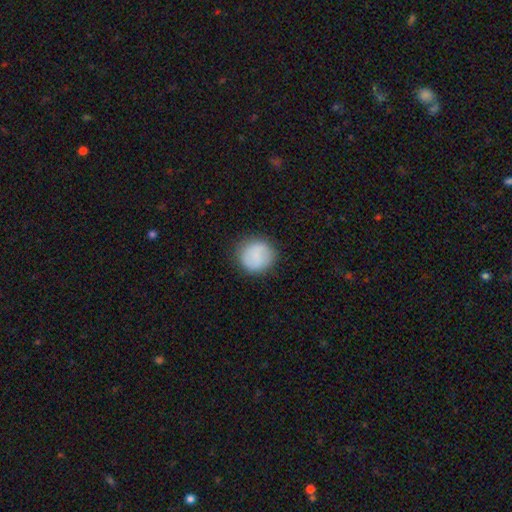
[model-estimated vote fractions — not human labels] Smooth or featured?
  - smooth: 79% *
  - featured or disk: 14%
  - star or artifact: 7%
How rounded?
  - round: 92% *
  - in between: 7%
  - cigar-shaped: 1%
Merging?
  - none: 83% *
  - minor disturbance: 12%
  - major disturbance: 4%
  - merger: 1%